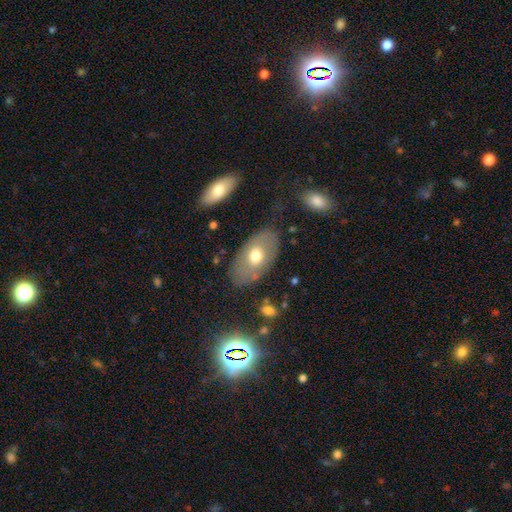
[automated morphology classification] Smooth or featured? Predicted: smooth (p=0.60). How rounded? Predicted: in between (p=0.92). Merging? Predicted: none (p=0.77).